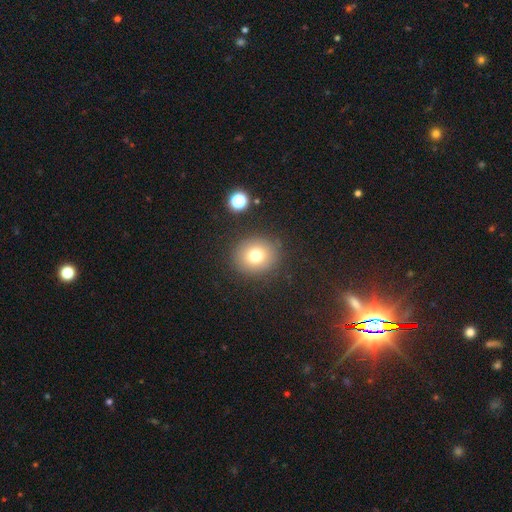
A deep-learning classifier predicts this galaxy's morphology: Overall: smooth (74%). How rounded: round (81%). Merging: none (87%).